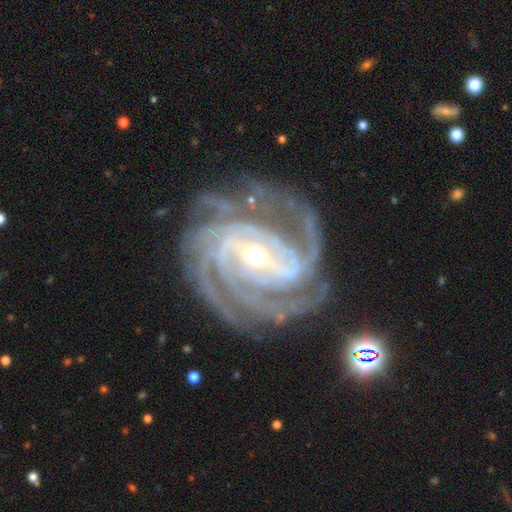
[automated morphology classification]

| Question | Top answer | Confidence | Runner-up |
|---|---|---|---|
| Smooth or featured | featured or disk | 93% | star or artifact (4%) |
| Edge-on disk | no | 98% | yes (2%) |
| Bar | strong | 50% | weak (35%) |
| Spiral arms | yes | 99% | no (1%) |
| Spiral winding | tight | 71% | medium (26%) |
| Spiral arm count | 4 | 35% | 3 (25%) |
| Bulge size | small | 58% | moderate (38%) |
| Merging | none | 74% | minor disturbance (16%) |